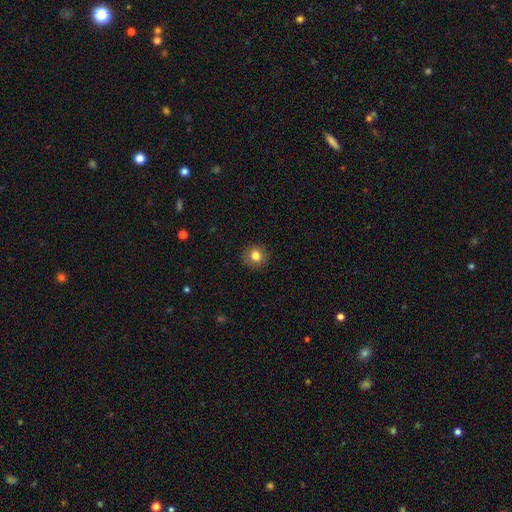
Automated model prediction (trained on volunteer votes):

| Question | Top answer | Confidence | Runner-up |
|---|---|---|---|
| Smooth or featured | smooth | 82% | star or artifact (10%) |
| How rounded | round | 89% | in between (11%) |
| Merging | none | 90% | minor disturbance (7%) |